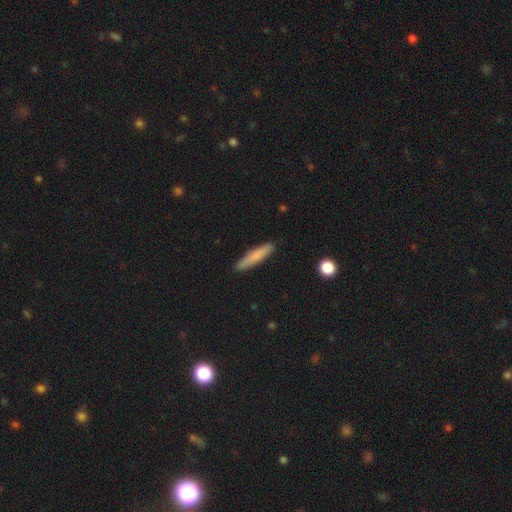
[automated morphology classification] smooth_or_featured: smooth (p=0.78) [alt: featured or disk p=0.16]
how_rounded: cigar-shaped (p=0.90) [alt: in between p=0.09]
merging: none (p=0.90) [alt: minor disturbance p=0.08]